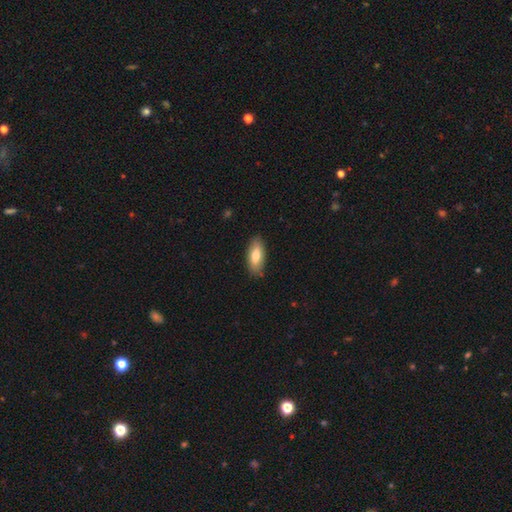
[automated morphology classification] Smooth or featured: smooth — 74% (featured or disk — 21%)
How rounded: in between — 83% (cigar-shaped — 15%)
Merging: none — 85% (minor disturbance — 12%)